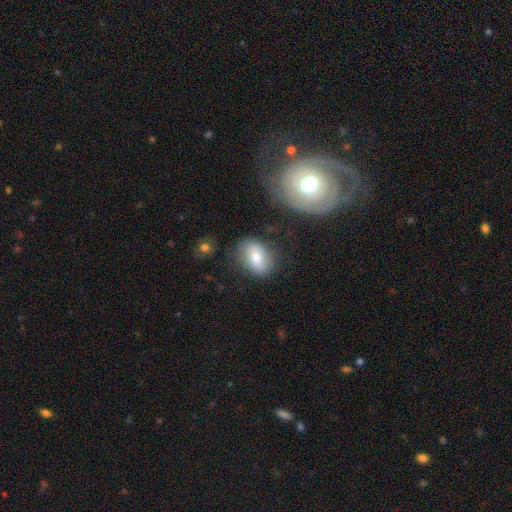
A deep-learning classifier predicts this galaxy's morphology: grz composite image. It shows a smooth galaxy with no disk features (73%) that is in between round and cigar-shaped (80%). Merging: none (74%).